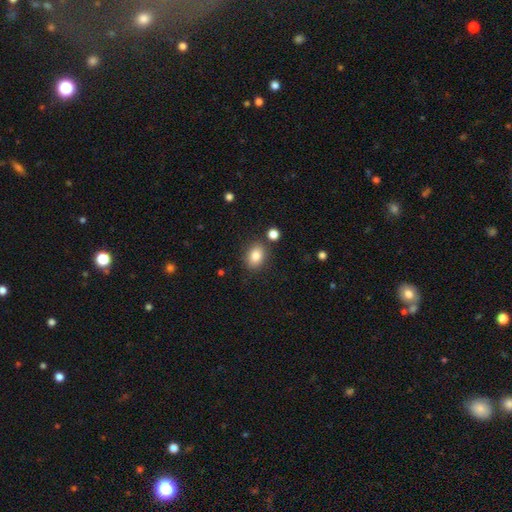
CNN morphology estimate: Smooth or featured: smooth — 84% (star or artifact — 9%)
How rounded: in between — 70% (round — 29%)
Merging: none — 81% (minor disturbance — 11%)